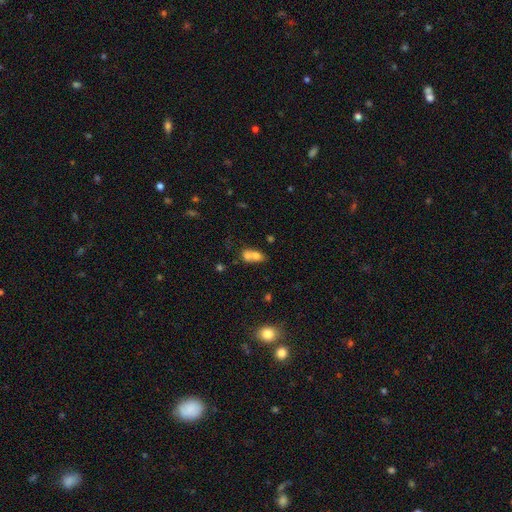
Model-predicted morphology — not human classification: Smooth or featured? Predicted: smooth (p=0.69). How rounded? Predicted: in between (p=0.53). Merging? Predicted: merger (p=0.70).